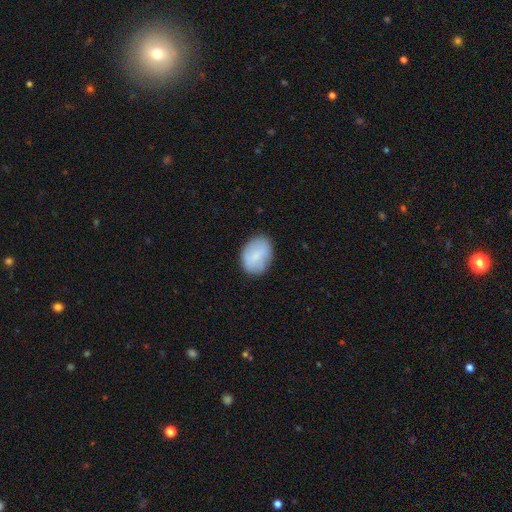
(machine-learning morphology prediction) Overall: smooth (76%). How rounded: in between (71%). Merging: none (80%).